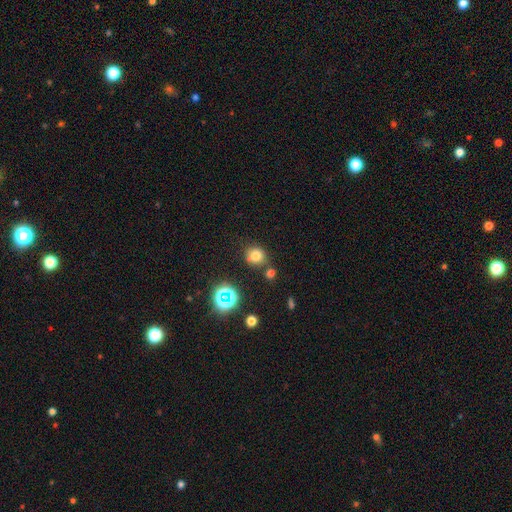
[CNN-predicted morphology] type=smooth (74%); roundness=round (84%); merging=none (74%).